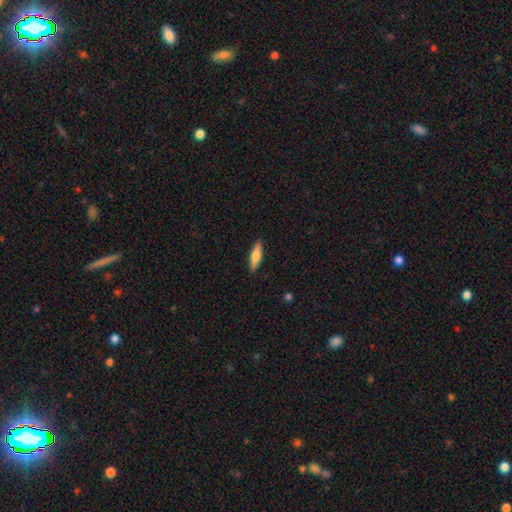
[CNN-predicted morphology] This is likely a smooth galaxy (62%). How rounded: likely cigar-shaped (64%). Merging: clearly none (89%).